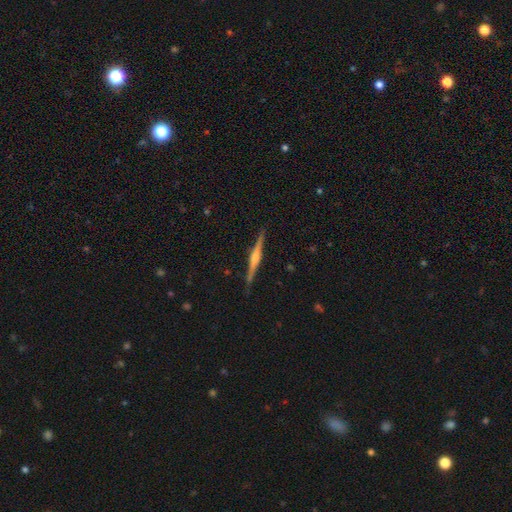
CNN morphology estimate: Smooth or featured? featured or disk (83%)
Edge-on disk? yes (98%)
Edge-on bulge? rounded (77%)
Merging? none (91%)